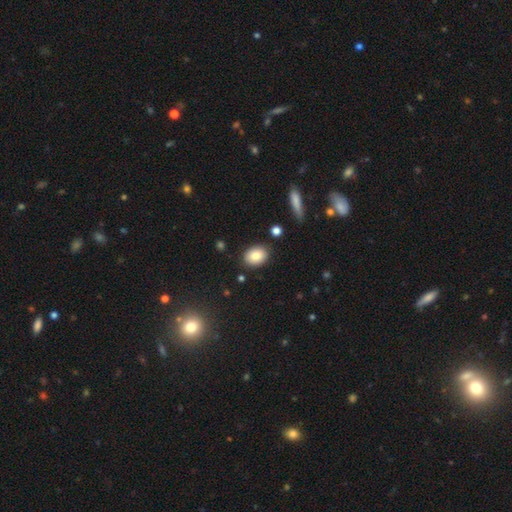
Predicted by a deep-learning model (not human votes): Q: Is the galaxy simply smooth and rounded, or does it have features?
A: smooth — 84%.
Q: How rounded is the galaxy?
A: in between — 72%.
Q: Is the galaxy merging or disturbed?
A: none — 85%.